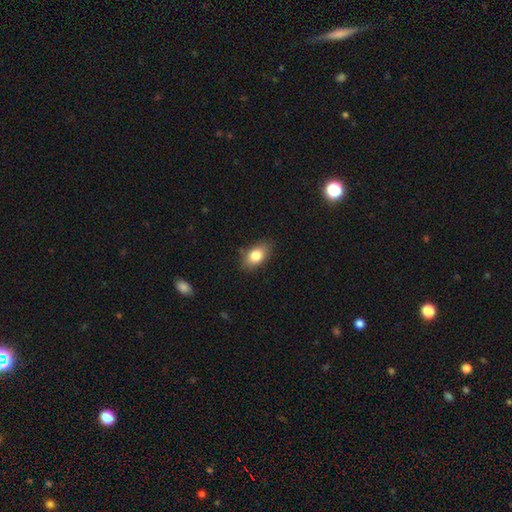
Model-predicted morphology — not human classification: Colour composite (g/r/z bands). It shows a smooth galaxy with no disk features (81%) that is in between round and cigar-shaped (86%). Merging: none (82%).